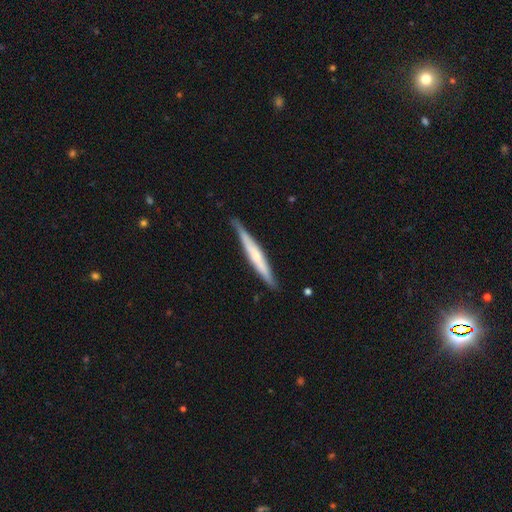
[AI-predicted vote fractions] A featured or disk galaxy (55%) viewed edge-on (96%) with a rounded central bulge (44%, tied with none). Merging: none (85%).